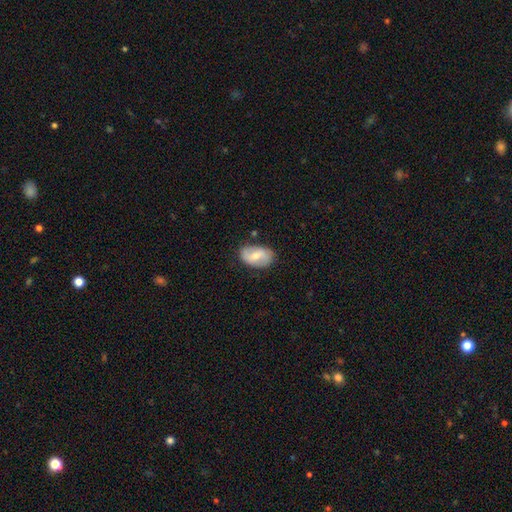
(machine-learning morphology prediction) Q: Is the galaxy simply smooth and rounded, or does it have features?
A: smooth — 47%, tied with featured or disk.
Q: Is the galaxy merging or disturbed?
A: none — 77%.